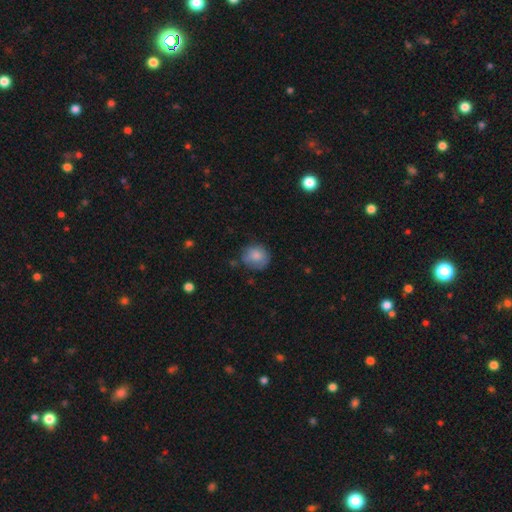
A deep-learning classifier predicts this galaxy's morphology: Smooth or featured?
  - smooth: 78% *
  - featured or disk: 14%
  - star or artifact: 8%
How rounded?
  - round: 82% *
  - in between: 17%
  - cigar-shaped: 1%
Merging?
  - none: 68% *
  - minor disturbance: 23%
  - major disturbance: 6%
  - merger: 2%